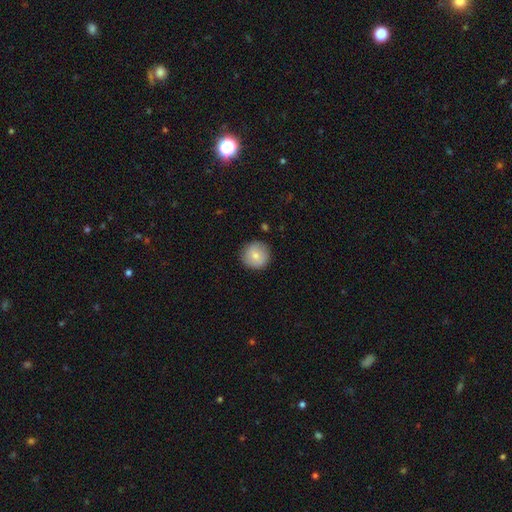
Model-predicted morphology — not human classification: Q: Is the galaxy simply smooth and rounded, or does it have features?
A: smooth — 79%.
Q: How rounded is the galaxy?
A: round — 95%.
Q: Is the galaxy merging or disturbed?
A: none — 88%.